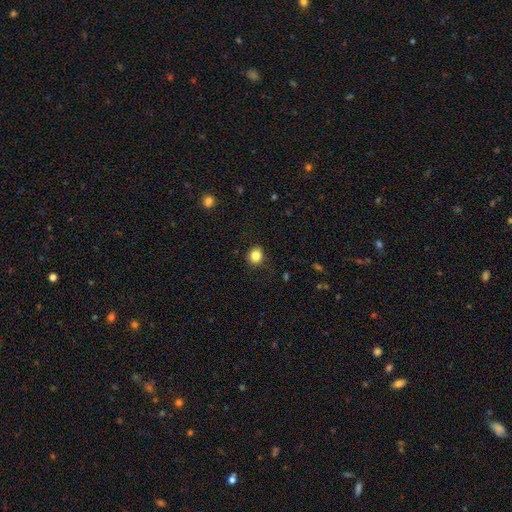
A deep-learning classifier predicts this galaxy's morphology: Smooth or featured? Predicted: smooth (p=0.85). How rounded? Predicted: round (p=0.69). Merging? Predicted: none (p=0.86).